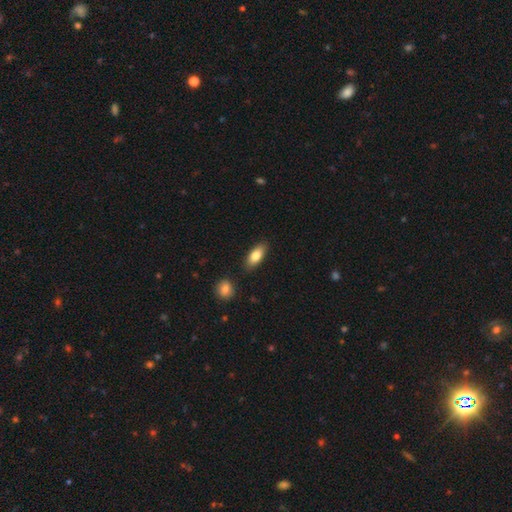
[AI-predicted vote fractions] A smooth galaxy with no disk features (80%) that is in between round and cigar-shaped (83%).

Vote fractions:
- Smooth or featured? smooth: 80% / featured or disk: 14% / star or artifact: 7%
- How rounded? in between: 83% / cigar-shaped: 14% / round: 3%
- Merging? none: 85% / minor disturbance: 10% / merger: 3% / major disturbance: 2%